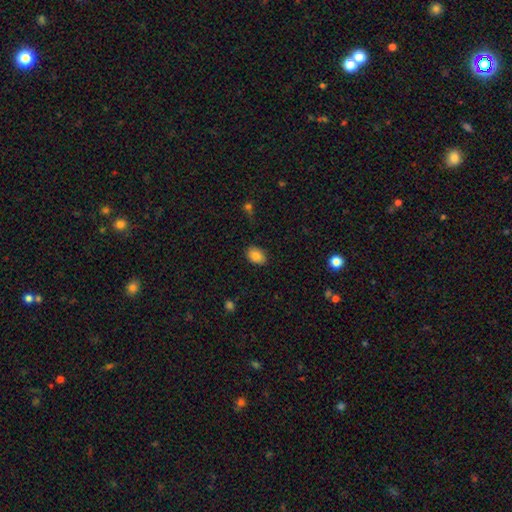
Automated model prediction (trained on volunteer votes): Smooth or featured?
  - smooth: 85% *
  - star or artifact: 9%
  - featured or disk: 6%
How rounded?
  - in between: 80% *
  - round: 19%
  - cigar-shaped: 1%
Merging?
  - none: 84% *
  - minor disturbance: 12%
  - major disturbance: 3%
  - merger: 1%